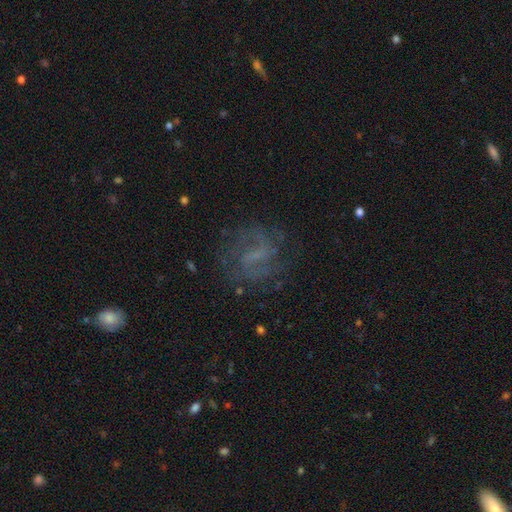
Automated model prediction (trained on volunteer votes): The model was most divided on "spiral winding": medium: 44%, tight: 29%, loose: 27%. Remaining: edge-on disk — no (96%); spiral arms — yes (82%); merging — none (71%); smooth or featured — featured or disk (65%); spiral arm count — 2 (60%); bulge size — none (52%); bar — weak (48%).